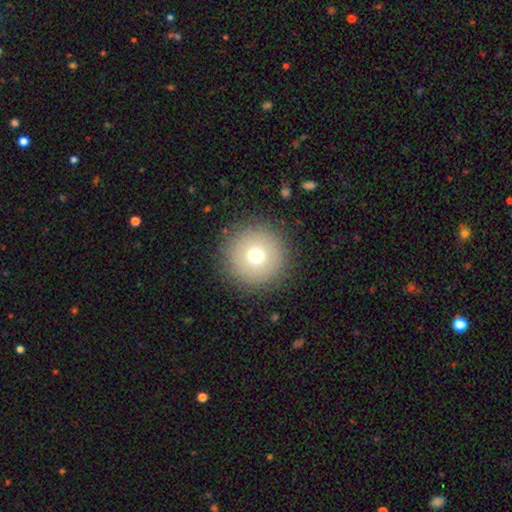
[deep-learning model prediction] Q: Smooth or featured?
A: smooth (71%); runner-up: star or artifact (15%)
Q: How rounded?
A: round (97%); runner-up: in between (2%)
Q: Merging?
A: none (90%); runner-up: minor disturbance (6%)